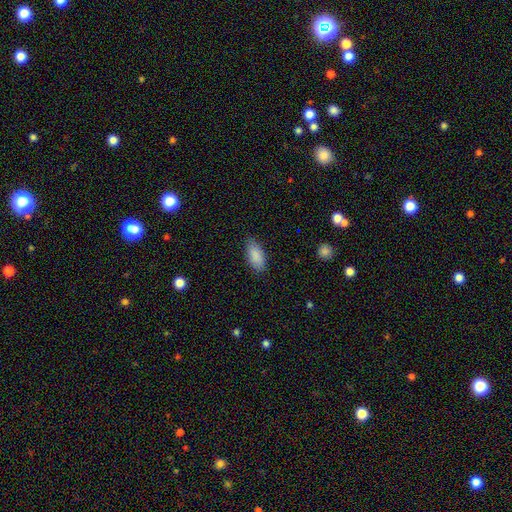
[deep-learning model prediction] smooth 88%, star or artifact 7%, featured or disk 5%. Down the decision tree: how rounded — in between (88%); merging — none (81%).